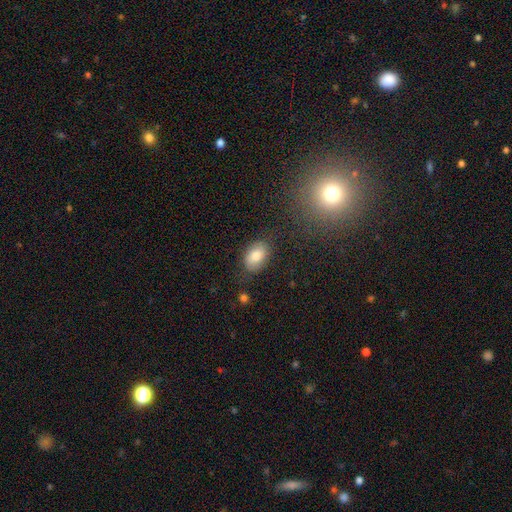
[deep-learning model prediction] Smooth or featured? smooth (82%)
How rounded? in between (88%)
Merging? none (79%)